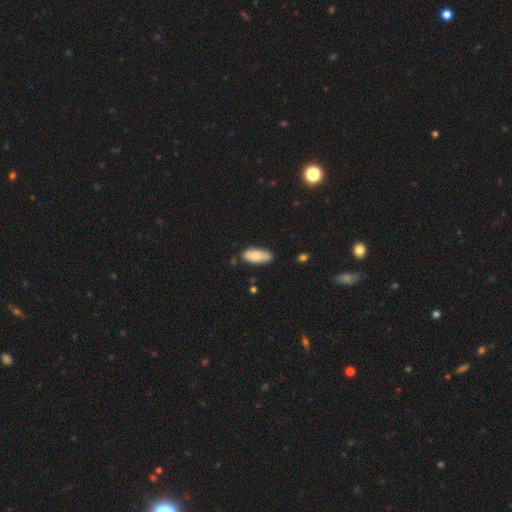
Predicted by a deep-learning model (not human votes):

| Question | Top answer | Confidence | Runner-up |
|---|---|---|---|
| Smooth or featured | smooth | 82% | featured or disk (12%) |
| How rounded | in between | 81% | cigar-shaped (17%) |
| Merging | none | 79% | minor disturbance (16%) |